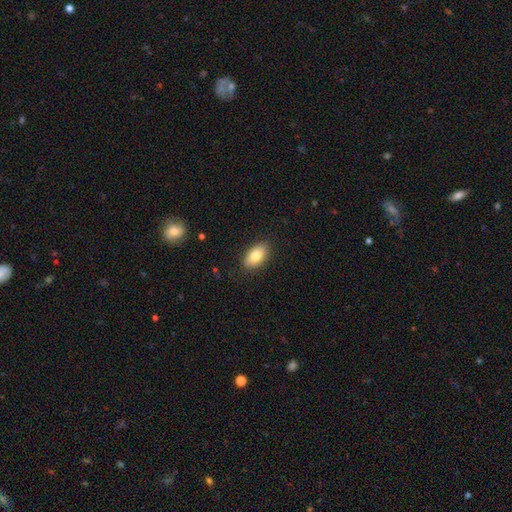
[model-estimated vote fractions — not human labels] Q: Smooth or featured?
A: smooth (81%); runner-up: featured or disk (12%)
Q: How rounded?
A: in between (92%); runner-up: round (5%)
Q: Merging?
A: none (87%); runner-up: minor disturbance (10%)